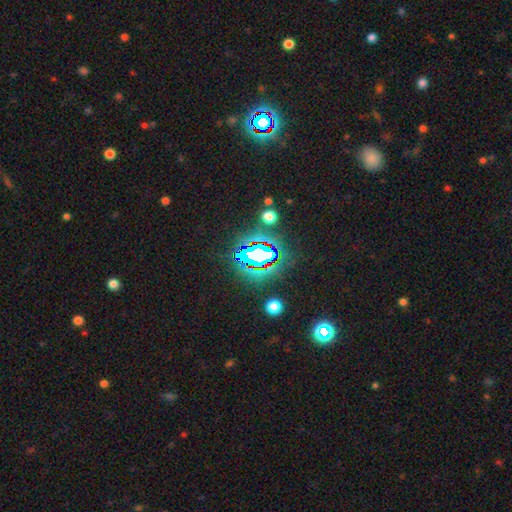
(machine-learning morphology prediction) The model was most divided on "smooth or featured": star or artifact: 76%, smooth: 14%, featured or disk: 10%.